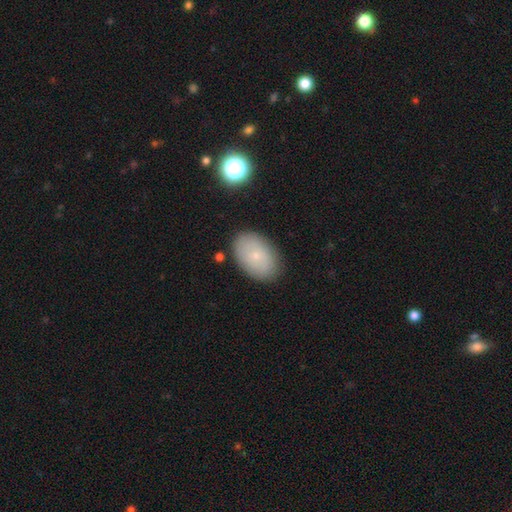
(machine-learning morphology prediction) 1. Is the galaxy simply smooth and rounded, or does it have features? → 72% smooth, 19% featured or disk, 9% star or artifact.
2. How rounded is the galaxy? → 88% in between, 11% round, 1% cigar-shaped.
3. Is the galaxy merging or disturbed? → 85% none, 11% minor disturbance, 3% major disturbance, 2% merger.